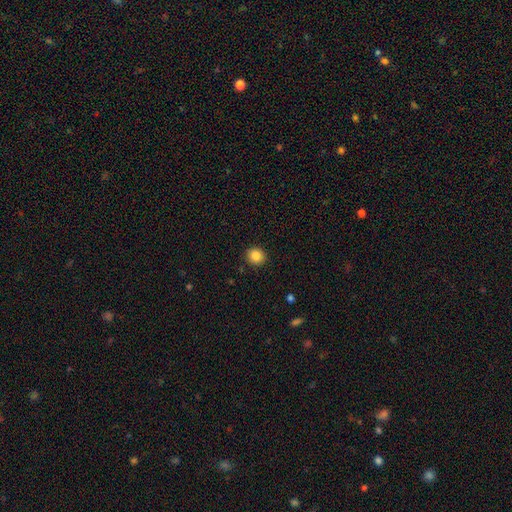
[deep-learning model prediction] This is clearly a smooth galaxy (85%). How rounded: clearly round (83%). Merging: clearly none (91%).